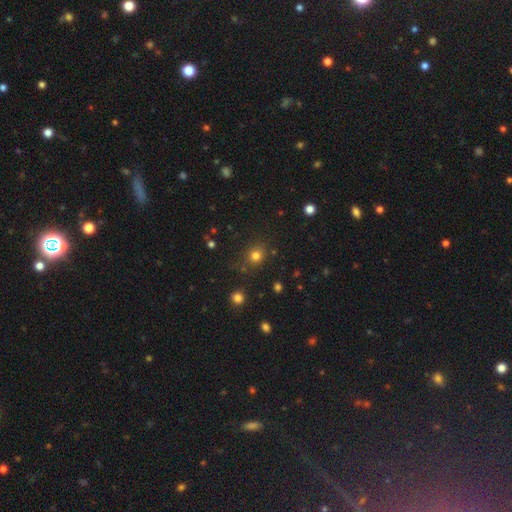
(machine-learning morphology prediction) type=smooth (77%); roundness=round (80%); merging=none (81%).